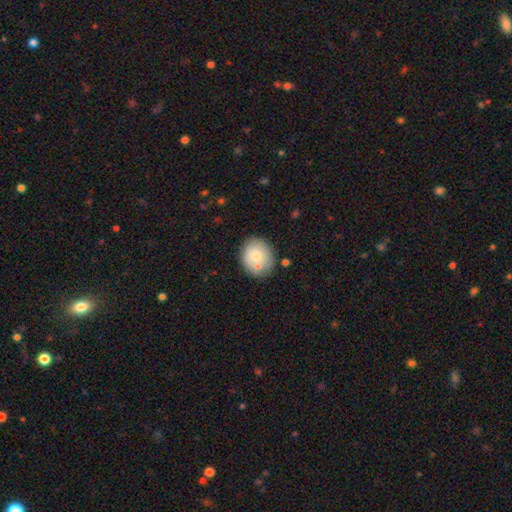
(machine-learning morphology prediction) smooth_or_featured: smooth (p=0.72) [alt: featured or disk p=0.20]
how_rounded: round (p=0.69) [alt: in between p=0.30]
merging: none (p=0.70) [alt: minor disturbance p=0.15]